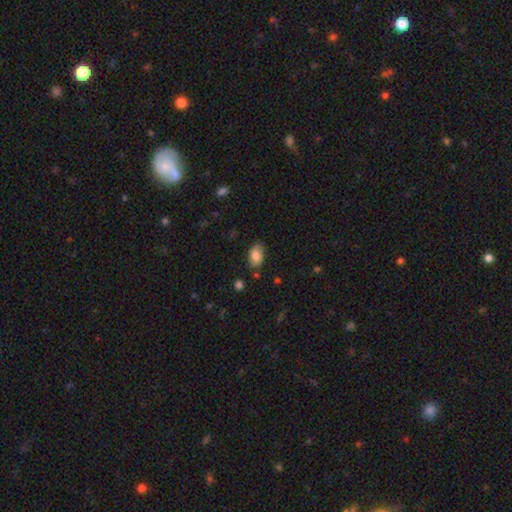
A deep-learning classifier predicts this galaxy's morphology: Smooth or featured? Predicted: smooth (p=0.81). How rounded? Predicted: in between (p=0.90). Merging? Predicted: none (p=0.76).